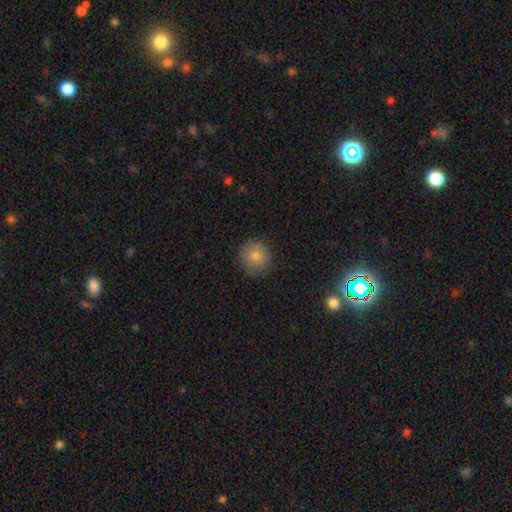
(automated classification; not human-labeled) Q: Smooth or featured?
A: smooth (77%); runner-up: star or artifact (13%)
Q: How rounded?
A: round (93%); runner-up: in between (6%)
Q: Merging?
A: none (87%); runner-up: minor disturbance (9%)